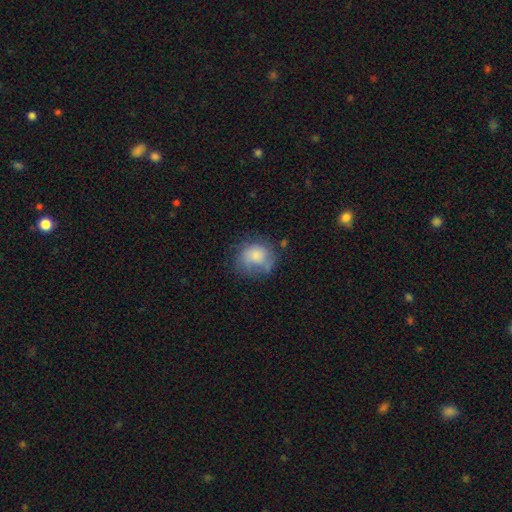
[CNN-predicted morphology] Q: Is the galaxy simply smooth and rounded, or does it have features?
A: smooth — 70%.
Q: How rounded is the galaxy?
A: round — 72%.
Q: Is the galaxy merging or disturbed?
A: none — 48%.